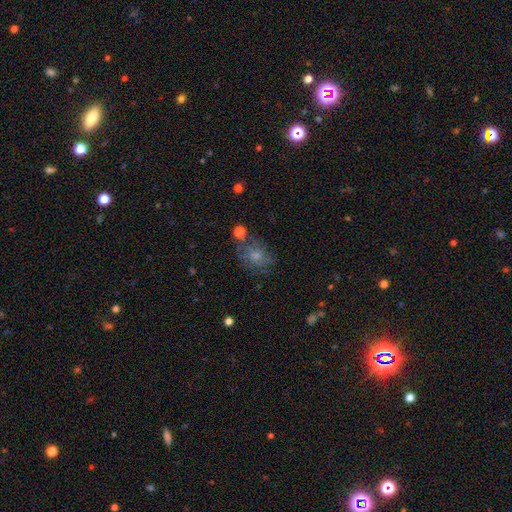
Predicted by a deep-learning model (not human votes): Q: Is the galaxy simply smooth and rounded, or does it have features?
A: smooth — 51%.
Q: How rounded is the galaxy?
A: in between — 57%.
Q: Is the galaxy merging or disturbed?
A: none — 51%.